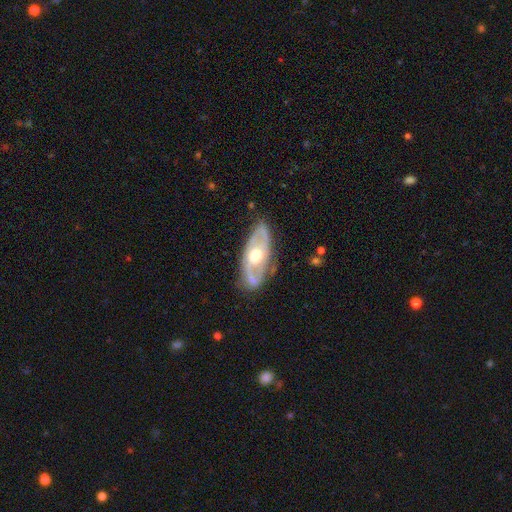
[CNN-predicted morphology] Smooth or featured: featured or disk — 76% (smooth — 20%)
Edge-on disk: no — 85% (yes — 15%)
Bar: no — 74% (weak — 21%)
Spiral arms: yes — 67% (no — 33%)
Bulge size: moderate — 69% (large — 22%)
Merging: none — 79% (minor disturbance — 15%)